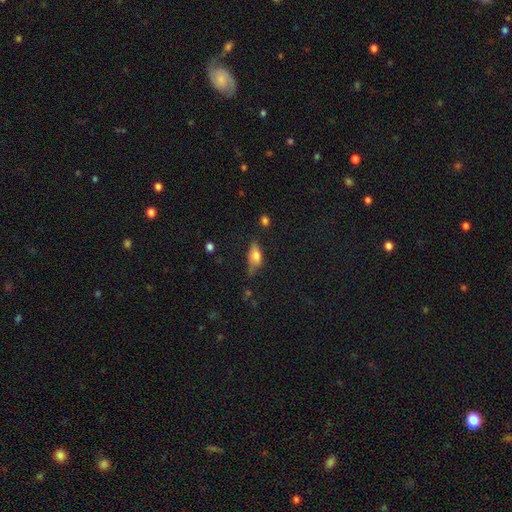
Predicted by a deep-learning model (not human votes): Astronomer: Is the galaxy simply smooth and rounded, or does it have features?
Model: smooth — 66%.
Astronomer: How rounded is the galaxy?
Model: in between — 76%.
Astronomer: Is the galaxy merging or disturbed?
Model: none — 49% (runner-up: minor disturbance, 34%).